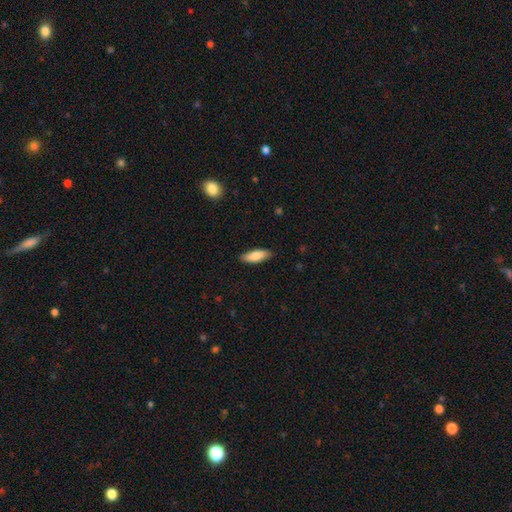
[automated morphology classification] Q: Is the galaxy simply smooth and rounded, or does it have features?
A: smooth — 84%.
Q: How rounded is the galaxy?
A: in between — 65%.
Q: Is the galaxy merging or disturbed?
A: none — 87%.